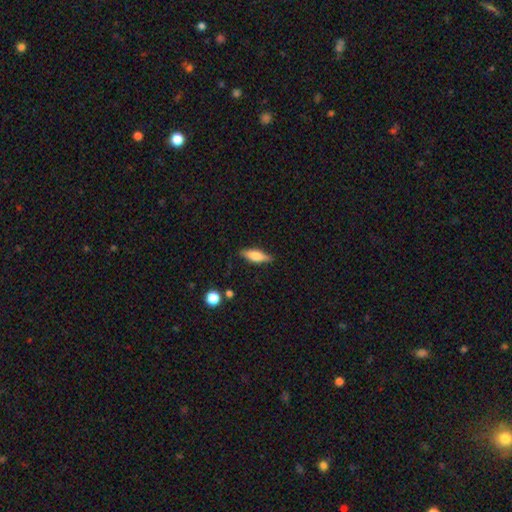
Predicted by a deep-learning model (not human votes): Smooth or featured?
  - smooth: 59% *
  - featured or disk: 34%
  - star or artifact: 7%
How rounded?
  - in between: 49% *
  - cigar-shaped: 48%
  - round: 3%
Merging?
  - none: 85% *
  - minor disturbance: 12%
  - major disturbance: 2%
  - merger: 1%